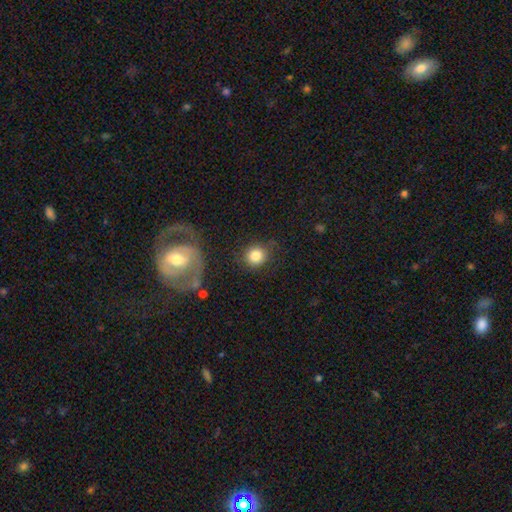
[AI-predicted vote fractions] Morphology: type=smooth (84%); roundness=round (88%); merging=none (80%).